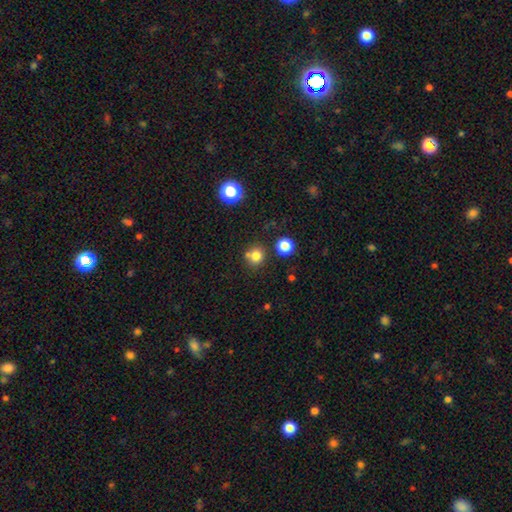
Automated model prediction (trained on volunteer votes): Morphology: type=smooth (78%); roundness=round (89%); merging=none (70%).